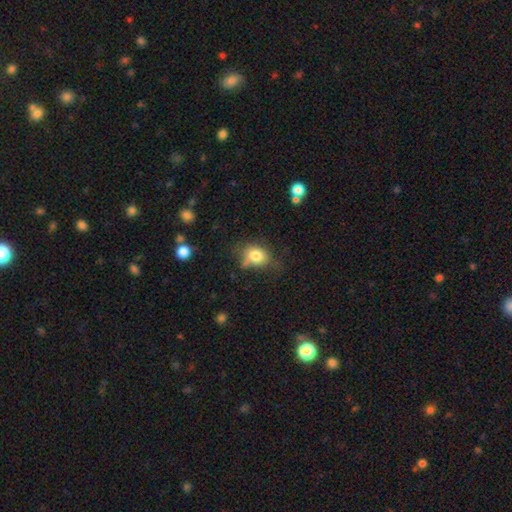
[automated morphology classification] The model was most divided on "how rounded": in between: 51%, round: 47%, cigar-shaped: 1%. More confident: smooth or featured — smooth (79%); merging — none (53%).